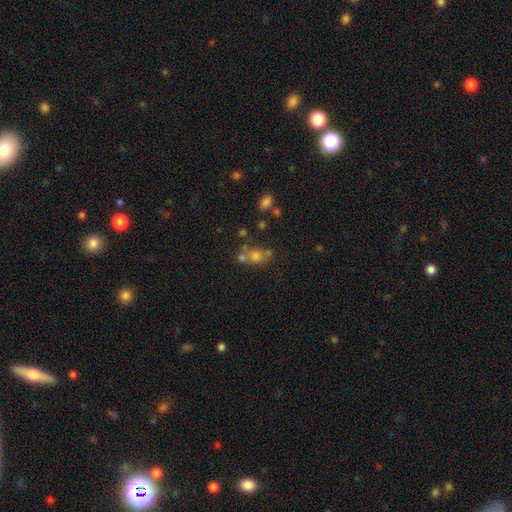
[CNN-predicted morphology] Smooth or featured? smooth (62%)
How rounded? round (53%)
Merging? none (43%)